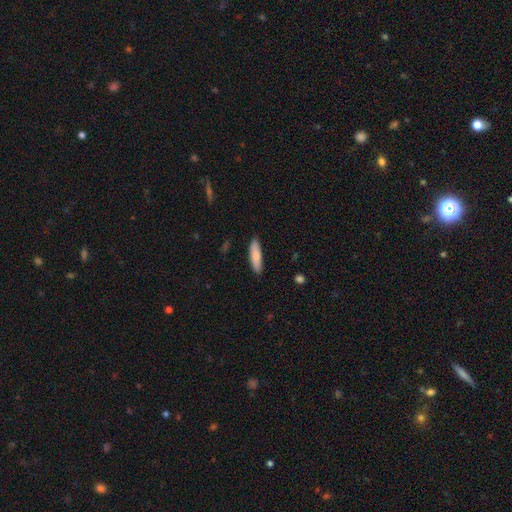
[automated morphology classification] Smooth or featured? Predicted: smooth (p=0.80). How rounded? Predicted: cigar-shaped (p=0.66). Merging? Predicted: none (p=0.88).